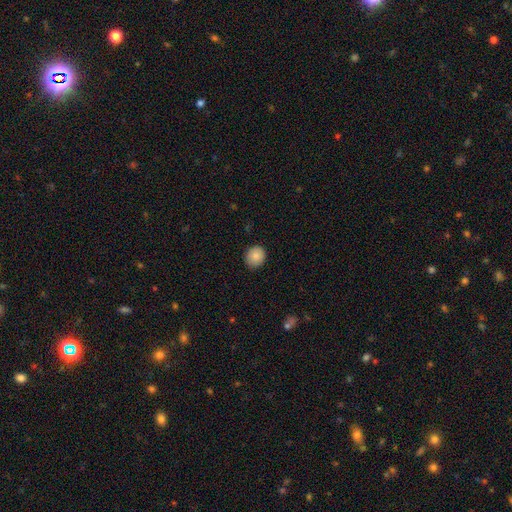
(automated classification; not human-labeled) Morphology: type=smooth (86%); roundness=round (76%); merging=none (87%).